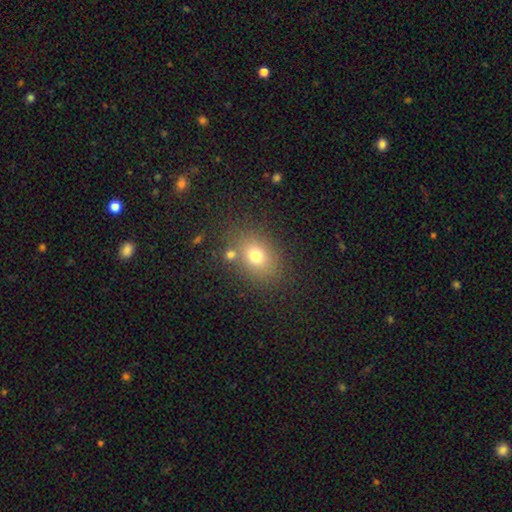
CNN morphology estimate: Smooth or featured: smooth — 73% (star or artifact — 15%)
How rounded: in between — 56% (round — 43%)
Merging: none — 72% (minor disturbance — 12%)